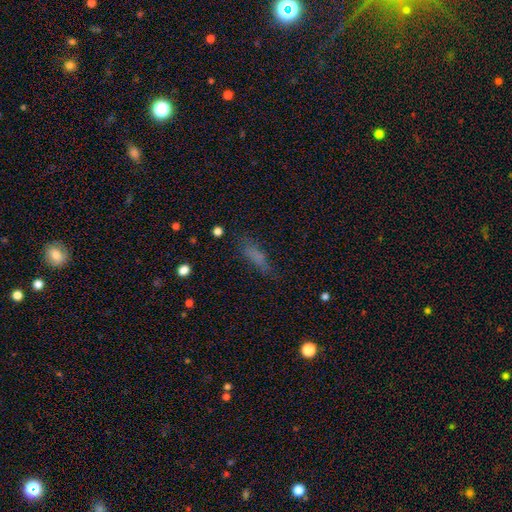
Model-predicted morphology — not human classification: Smooth or featured?
  - smooth: 68% *
  - featured or disk: 17%
  - star or artifact: 15%
How rounded?
  - cigar-shaped: 57% *
  - in between: 39%
  - round: 3%
Merging?
  - none: 65% *
  - minor disturbance: 22%
  - major disturbance: 11%
  - merger: 2%